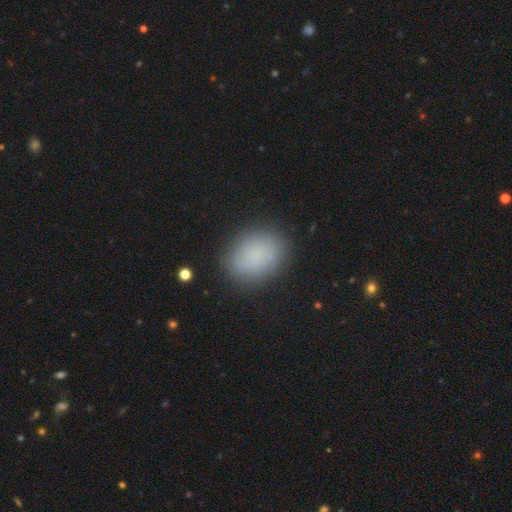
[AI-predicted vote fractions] Smooth or featured: smooth — 80% (featured or disk — 11%)
How rounded: in between — 64% (round — 35%)
Merging: none — 81% (minor disturbance — 13%)